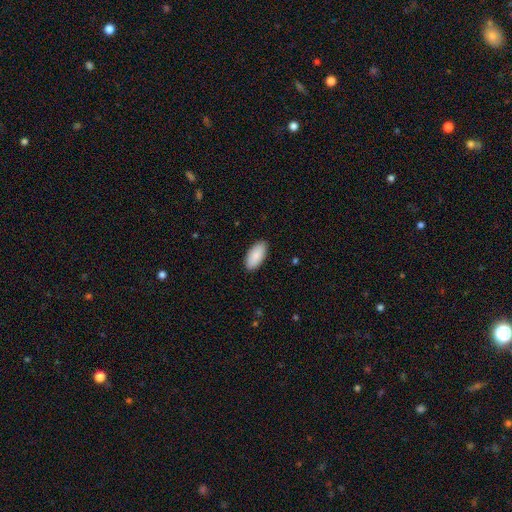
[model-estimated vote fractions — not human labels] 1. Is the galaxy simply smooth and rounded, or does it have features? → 89% smooth, 6% star or artifact, 5% featured or disk.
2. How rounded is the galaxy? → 93% in between, 5% cigar-shaped, 2% round.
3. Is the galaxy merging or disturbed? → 90% none, 8% minor disturbance, 2% major disturbance, 1% merger.